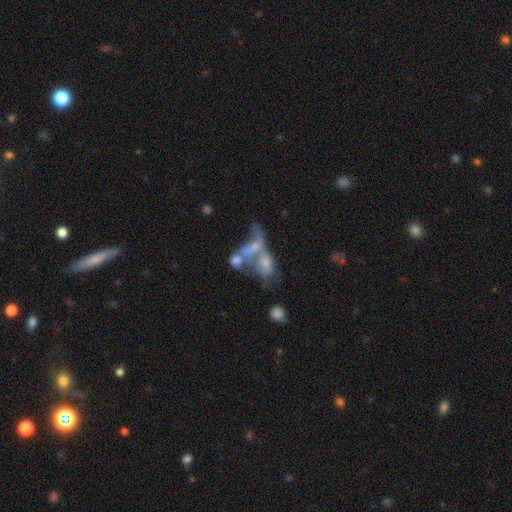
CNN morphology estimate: Overall: featured or disk (49%; smooth 29%). Merging: merger (55%; none 19%).